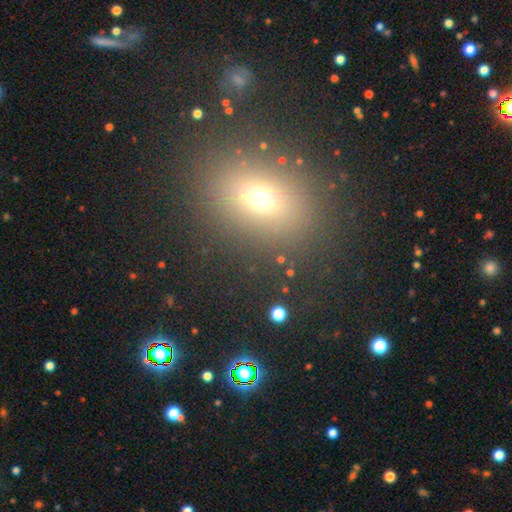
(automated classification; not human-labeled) Smooth or featured? Predicted: smooth (p=0.57). How rounded? Predicted: in between (p=0.51). Merging? Predicted: none (p=0.85).